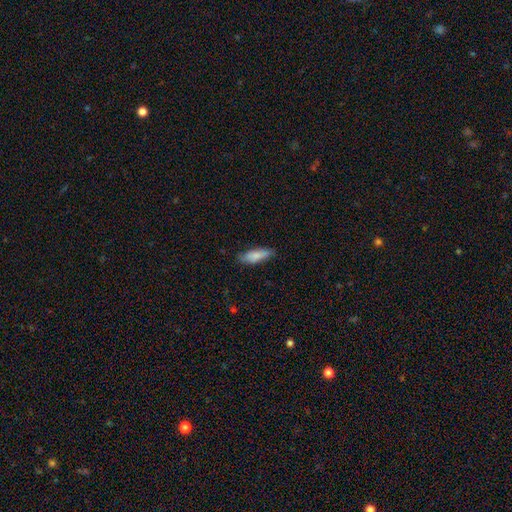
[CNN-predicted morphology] This is clearly a smooth galaxy (81%). How rounded: possibly cigar-shaped (54%). Merging: likely none (77%).